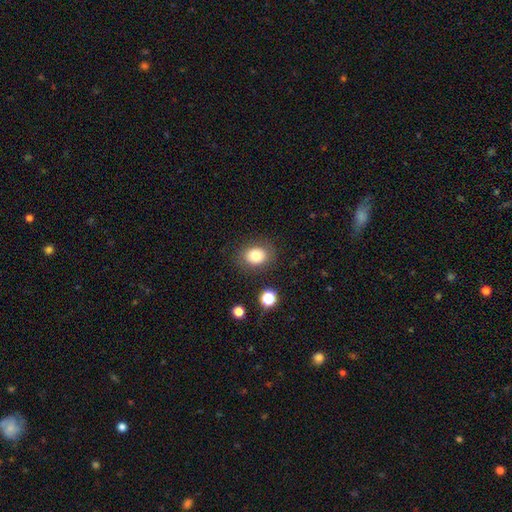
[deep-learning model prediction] Smooth or featured: smooth — 79% (star or artifact — 11%)
How rounded: round — 50% (in between — 49%)
Merging: none — 83% (minor disturbance — 10%)